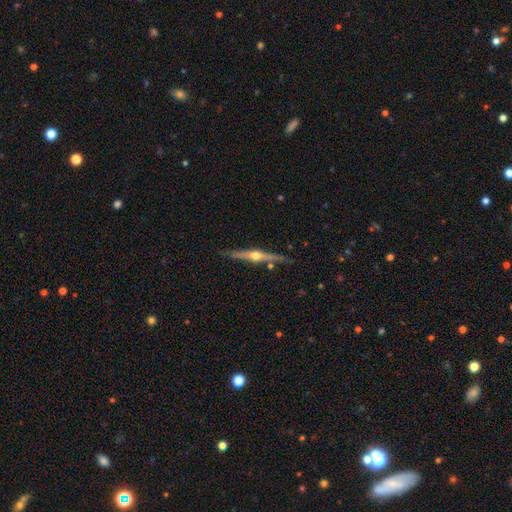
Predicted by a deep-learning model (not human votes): Smooth or featured: featured or disk — 77% (smooth — 17%)
Edge-on disk: yes — 98% (no — 2%)
Edge-on bulge: rounded — 94% (boxy — 3%)
Merging: none — 84% (minor disturbance — 11%)